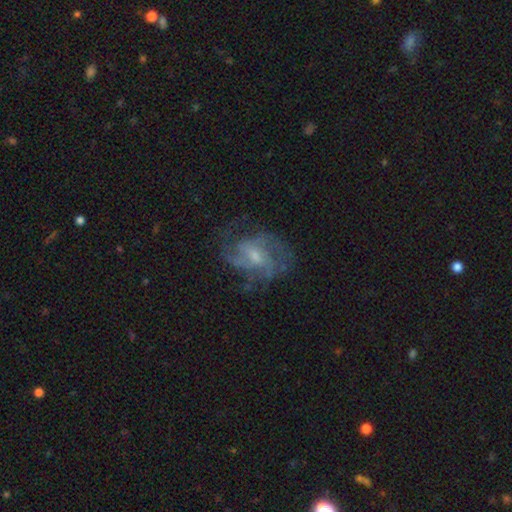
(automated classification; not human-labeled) smooth-or-featured: featured or disk: 77% | smooth: 14% | star or artifact: 8%
  disk-edge-on: no: 97% | yes: 3%
    bar: weak: 50% | no: 40% | strong: 11%
    has-spiral-arms: yes: 87% | no: 13%
      spiral-winding: medium: 48% | tight: 28% | loose: 24%
      spiral-arm-count: can't tell: 31% | 3: 27% | 2: 20% | 4: 13% | 1: 5% | more than 4: 5%
    bulge-size: small: 45% | moderate: 42% | none: 8% | large: 3% | dominant: 1%
  merging: none: 60% | minor disturbance: 20% | major disturbance: 19% | merger: 2%